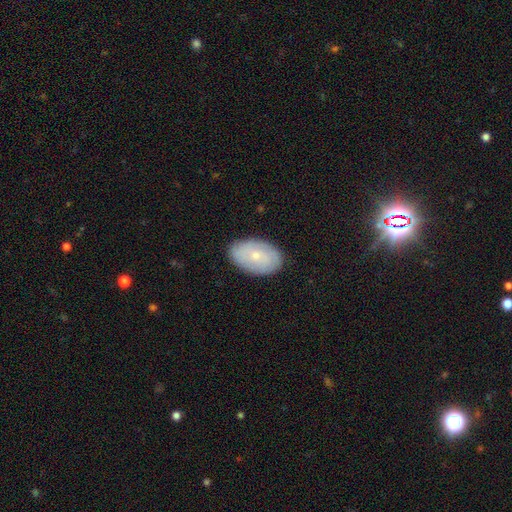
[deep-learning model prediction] Smooth or featured?
  - smooth: 55% *
  - featured or disk: 38%
  - star or artifact: 7%
How rounded?
  - in between: 90% *
  - round: 9%
  - cigar-shaped: 1%
Merging?
  - none: 84% *
  - minor disturbance: 12%
  - major disturbance: 3%
  - merger: 1%